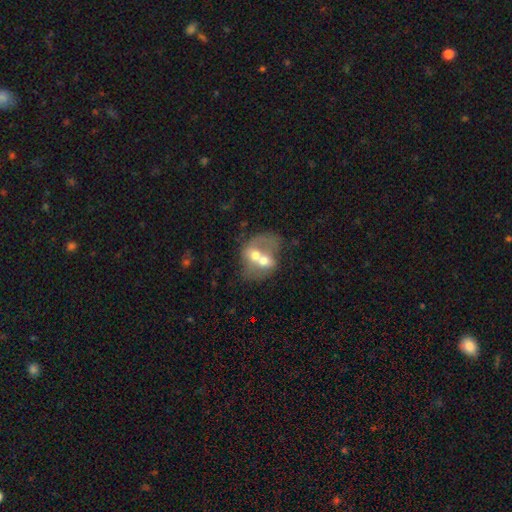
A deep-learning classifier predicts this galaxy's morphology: type=smooth (48%); merging=merger (78%).